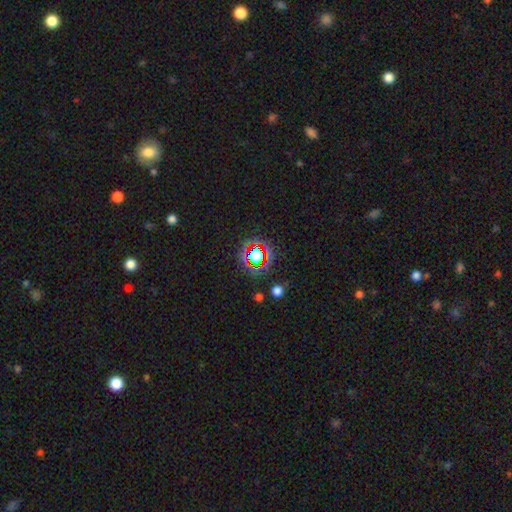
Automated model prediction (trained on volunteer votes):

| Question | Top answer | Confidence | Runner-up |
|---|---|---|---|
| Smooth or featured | star or artifact | 65% | smooth (22%) |